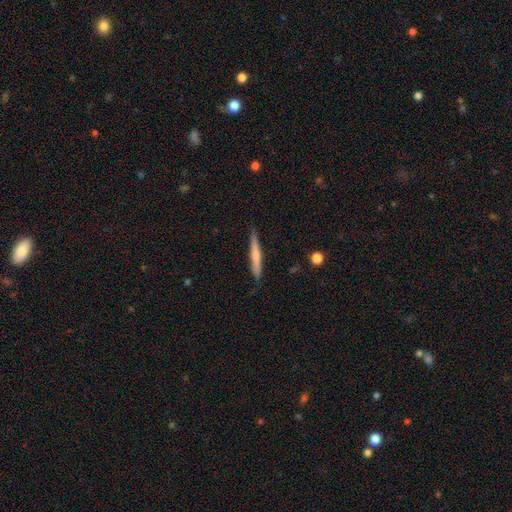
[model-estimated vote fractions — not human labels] smooth 57%, featured or disk 37%, star or artifact 6%. Down the decision tree: how rounded — cigar-shaped (95%); merging — none (84%).